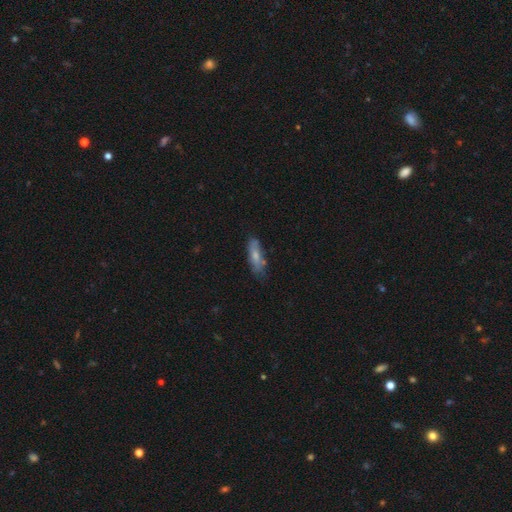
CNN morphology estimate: Smooth or featured?
  - smooth: 68% *
  - featured or disk: 25%
  - star or artifact: 7%
How rounded?
  - cigar-shaped: 52% *
  - in between: 46%
  - round: 2%
Merging?
  - none: 63% *
  - minor disturbance: 25%
  - major disturbance: 7%
  - merger: 5%